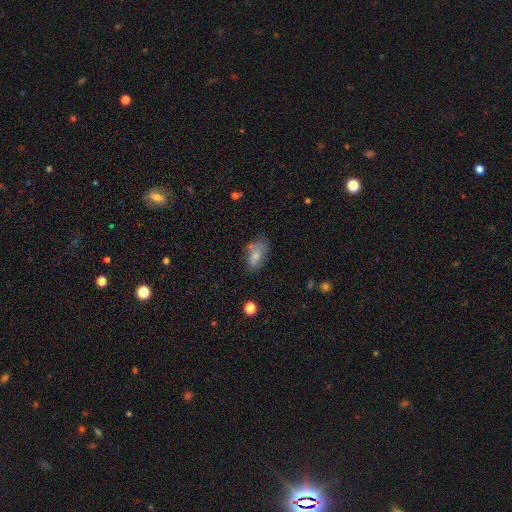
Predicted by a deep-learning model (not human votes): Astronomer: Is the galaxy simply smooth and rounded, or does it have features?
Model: smooth — 71%.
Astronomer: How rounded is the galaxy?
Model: in between — 88%.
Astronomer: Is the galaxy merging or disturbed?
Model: none — 49% (runner-up: minor disturbance, 24%).